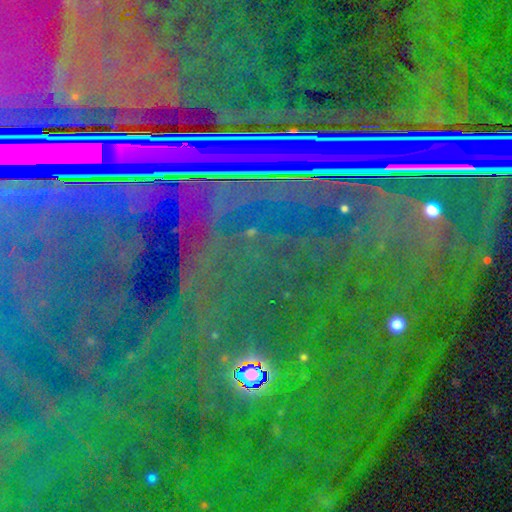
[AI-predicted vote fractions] The model was most divided on "smooth or featured": star or artifact: 86%, featured or disk: 7%, smooth: 6%.